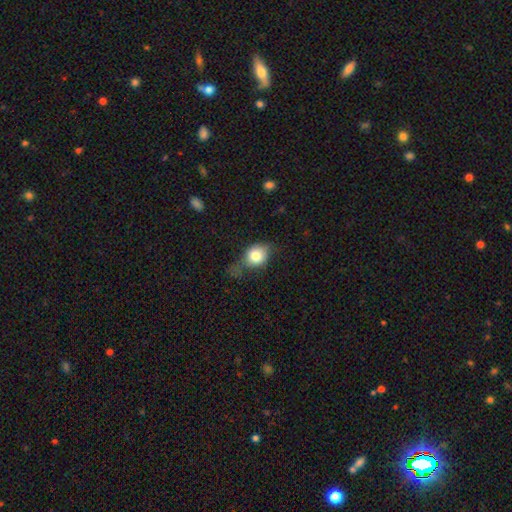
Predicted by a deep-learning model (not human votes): A smooth galaxy with no disk features (71%) that is round (55%). Merging: none (40%).